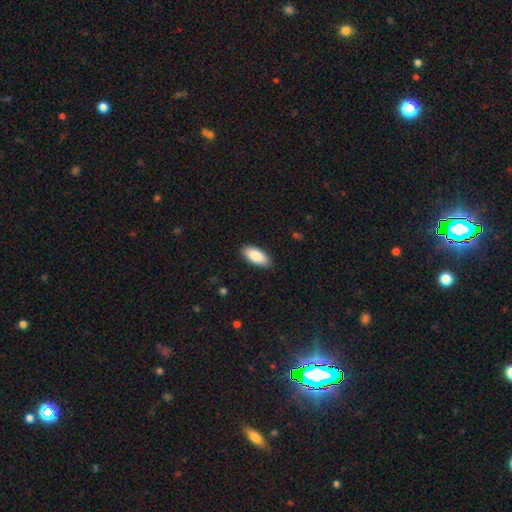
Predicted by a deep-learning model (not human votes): This is clearly a smooth galaxy (87%). How rounded: clearly in between (90%). Merging: clearly none (85%).